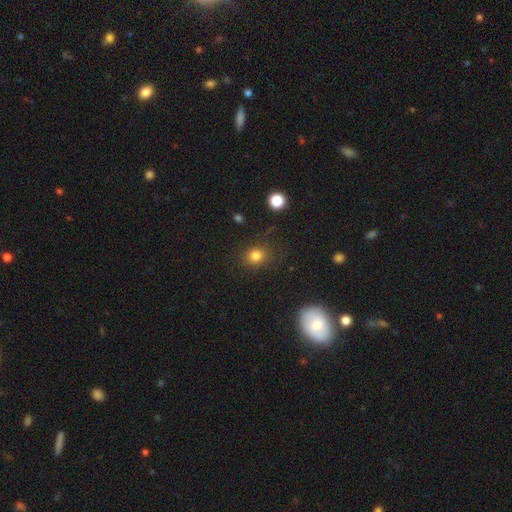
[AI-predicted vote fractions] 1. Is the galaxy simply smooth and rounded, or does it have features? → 81% smooth, 13% star or artifact, 6% featured or disk.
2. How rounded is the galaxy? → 71% round, 28% in between, 1% cigar-shaped.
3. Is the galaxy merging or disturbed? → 81% none, 12% minor disturbance, 5% major disturbance, 2% merger.